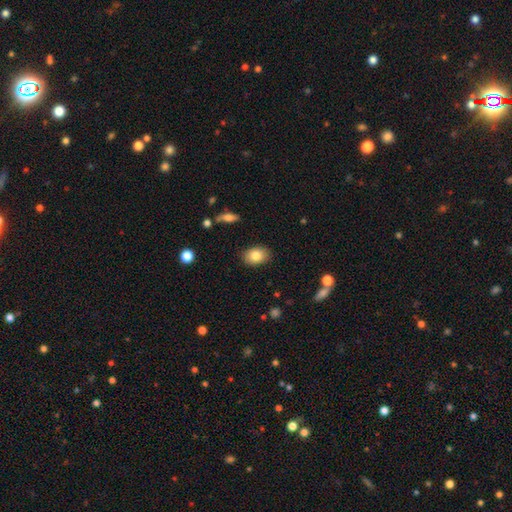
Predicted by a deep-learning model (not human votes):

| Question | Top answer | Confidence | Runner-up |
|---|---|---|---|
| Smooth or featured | smooth | 82% | featured or disk (10%) |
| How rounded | in between | 79% | round (19%) |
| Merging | none | 87% | minor disturbance (10%) |